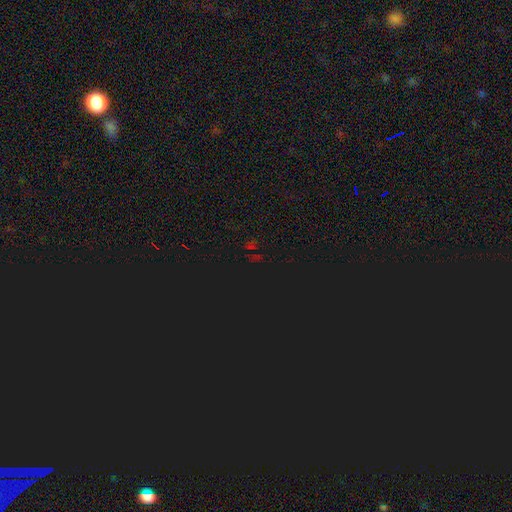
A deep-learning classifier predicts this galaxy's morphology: star or artifact 77%, smooth 16%, featured or disk 7%.